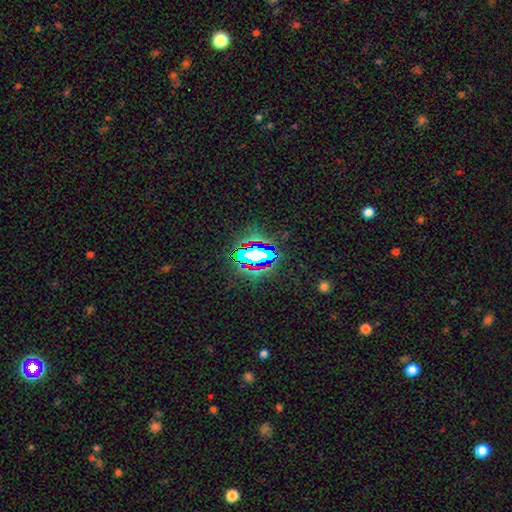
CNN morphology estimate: smooth-or-featured: star or artifact: 65% | smooth: 21% | featured or disk: 15%